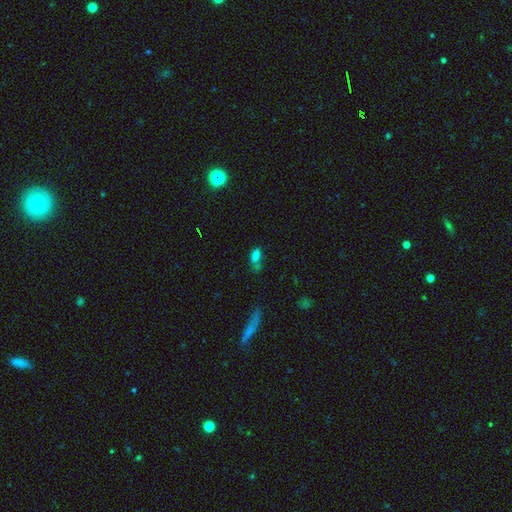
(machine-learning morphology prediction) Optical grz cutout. It shows a smooth galaxy with no disk features (70%) that is in between round and cigar-shaped (82%). Merging: none (42%).